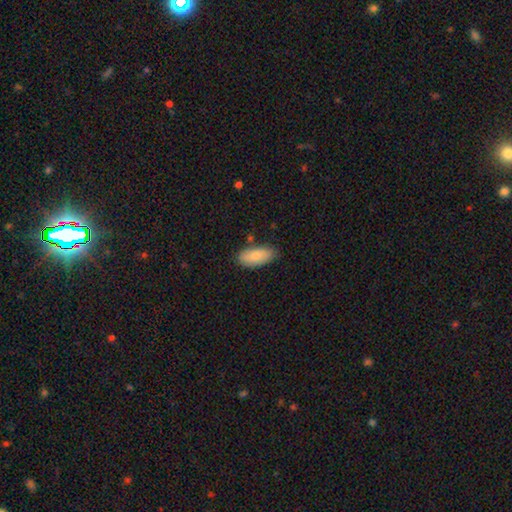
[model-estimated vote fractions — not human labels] Q: Smooth or featured?
A: smooth (82%); runner-up: featured or disk (12%)
Q: How rounded?
A: in between (89%); runner-up: cigar-shaped (9%)
Q: Merging?
A: none (77%); runner-up: minor disturbance (17%)